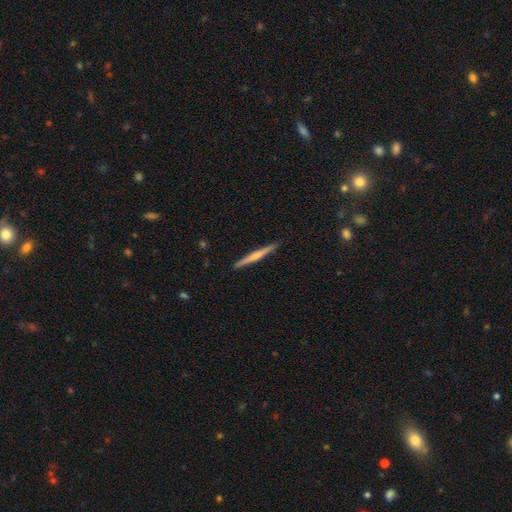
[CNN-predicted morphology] featured or disk 54%, smooth 40%, star or artifact 5%. Down the decision tree: edge-on disk — yes (98%); edge-on bulge — rounded (52%); merging — none (91%).